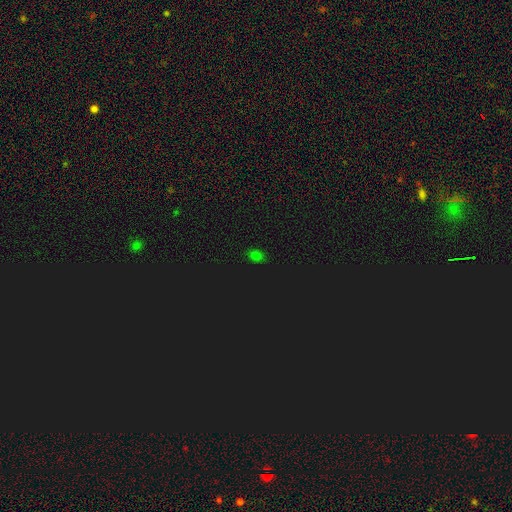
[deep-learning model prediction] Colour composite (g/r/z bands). It shows a smooth galaxy with no disk features (64%) that is in between round and cigar-shaped (62%). Merging: none (87%).